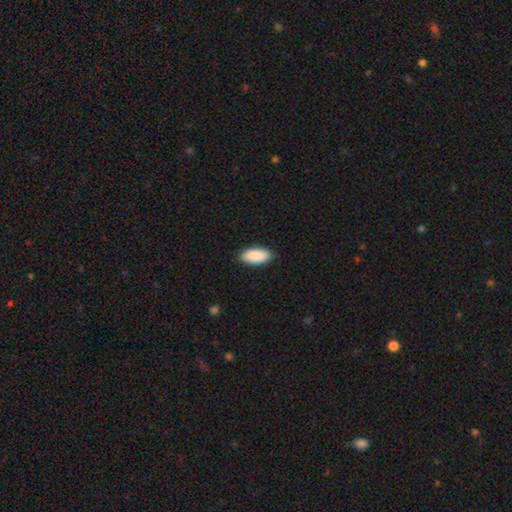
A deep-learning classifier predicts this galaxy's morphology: smooth-or-featured: smooth: 90% | star or artifact: 6% | featured or disk: 5%
  how-rounded: in between: 88% | cigar-shaped: 10% | round: 2%
  merging: none: 88% | minor disturbance: 9% | major disturbance: 2% | merger: 1%